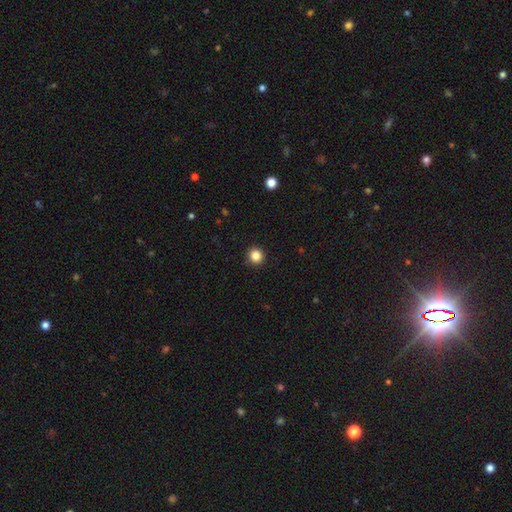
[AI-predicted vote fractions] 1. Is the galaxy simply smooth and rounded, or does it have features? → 85% smooth, 11% star or artifact, 4% featured or disk.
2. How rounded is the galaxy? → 93% round, 6% in between, 1% cigar-shaped.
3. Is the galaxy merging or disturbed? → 92% none, 5% minor disturbance, 2% major disturbance, 1% merger.